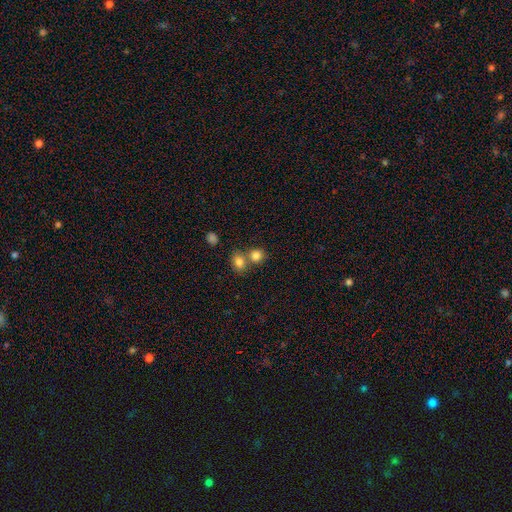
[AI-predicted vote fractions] Overall: smooth (82%). How rounded: round (76%). Merging: none (50%; merger 40%).